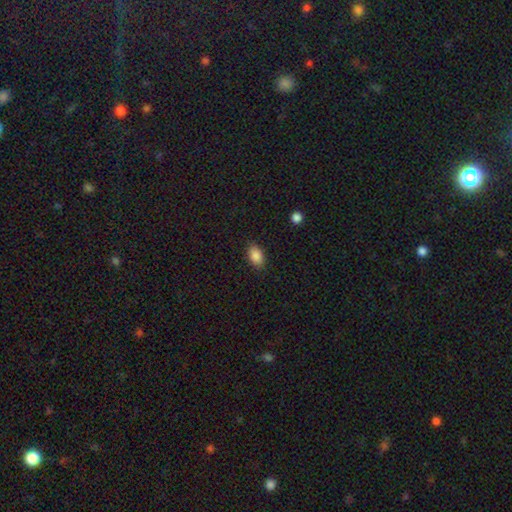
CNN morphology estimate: smooth-or-featured: smooth: 88% | star or artifact: 8% | featured or disk: 4%
  how-rounded: in between: 89% | round: 9% | cigar-shaped: 2%
  merging: none: 87% | minor disturbance: 10% | major disturbance: 3% | merger: 1%